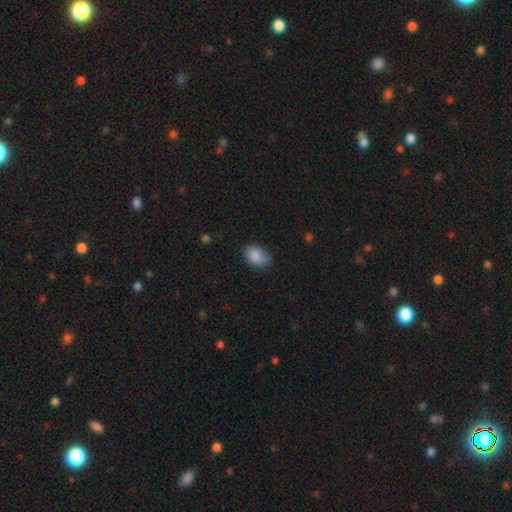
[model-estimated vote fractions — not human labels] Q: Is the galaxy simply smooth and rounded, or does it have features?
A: smooth — 87%.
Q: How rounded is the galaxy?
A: in between — 78%.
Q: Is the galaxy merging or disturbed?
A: none — 61%.